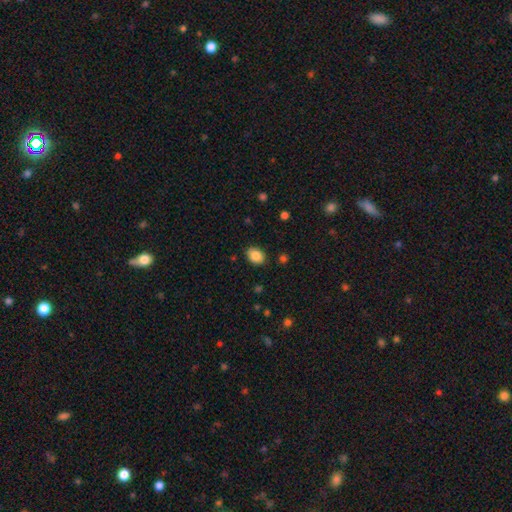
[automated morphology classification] This appears to be a smooth galaxy with no disk features (87%) that is in between round and cigar-shaped (73%). Merging: none (86%).